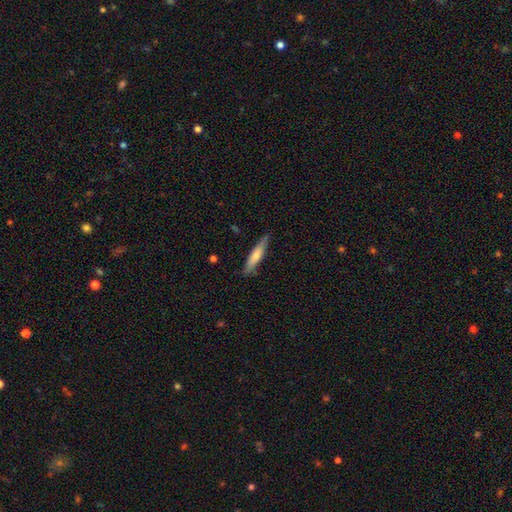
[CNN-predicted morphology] Smooth or featured? smooth (65%)
How rounded? cigar-shaped (88%)
Merging? none (84%)